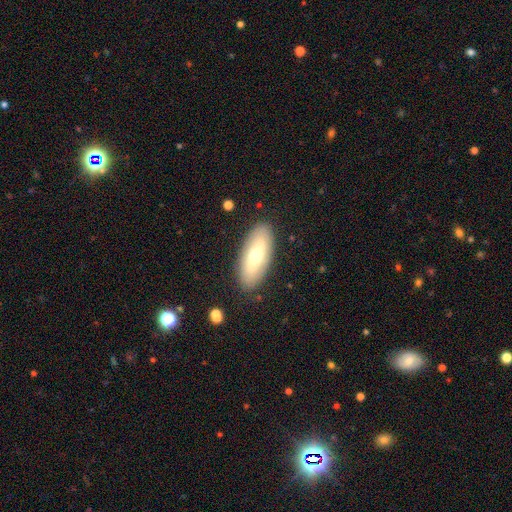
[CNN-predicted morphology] Smooth or featured? smooth (55%)
How rounded? in between (83%)
Merging? none (87%)